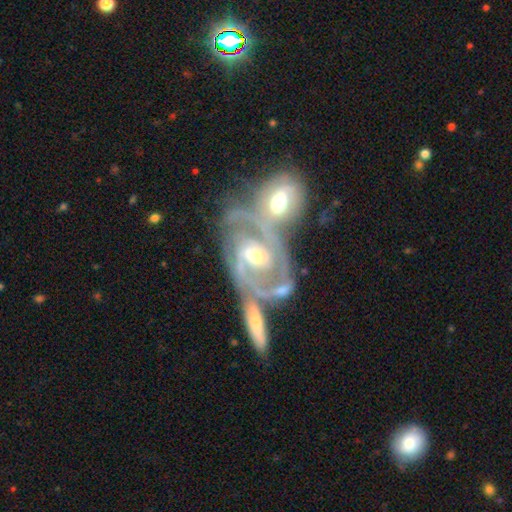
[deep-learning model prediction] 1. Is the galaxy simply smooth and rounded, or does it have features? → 85% featured or disk, 9% smooth, 6% star or artifact.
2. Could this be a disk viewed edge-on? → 96% no, 4% yes.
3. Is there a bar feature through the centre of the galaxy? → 44% no, 39% weak, 18% strong.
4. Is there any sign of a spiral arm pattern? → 91% yes, 9% no.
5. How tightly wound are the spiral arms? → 52% tight, 38% medium, 10% loose.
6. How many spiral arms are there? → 44% 2, 28% can't tell, 15% 3, 5% 1, 4% 4, 4% more than 4.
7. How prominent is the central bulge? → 48% moderate, 46% small, 3% large, 2% none, 1% dominant.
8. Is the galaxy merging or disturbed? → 58% merger, 20% none, 11% minor disturbance, 10% major disturbance.